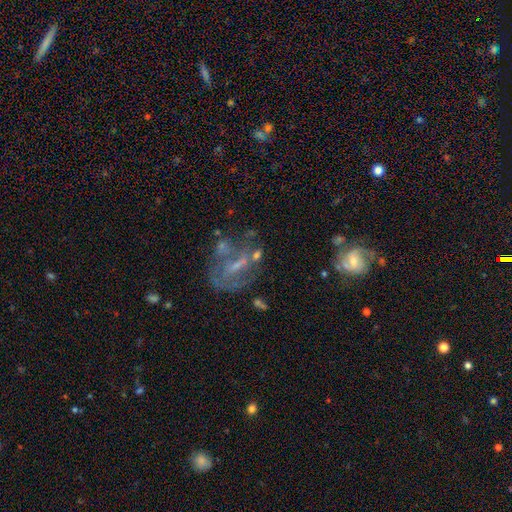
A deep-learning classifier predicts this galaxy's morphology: The model was most divided on "spiral arms": yes: 52%, no: 48%. Remaining: edge-on disk — no (95%); smooth or featured — featured or disk (63%); bar — weak (41%); merging — none (41%); bulge size — small (40%).